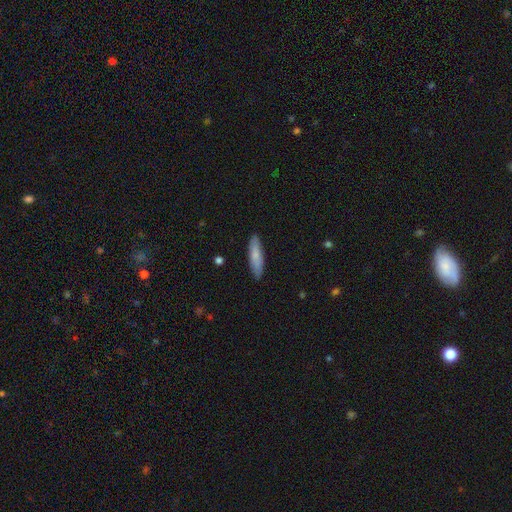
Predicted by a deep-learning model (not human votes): A smooth galaxy with no disk features (77%) that is cigar-shaped (73%). Merging: none (88%).